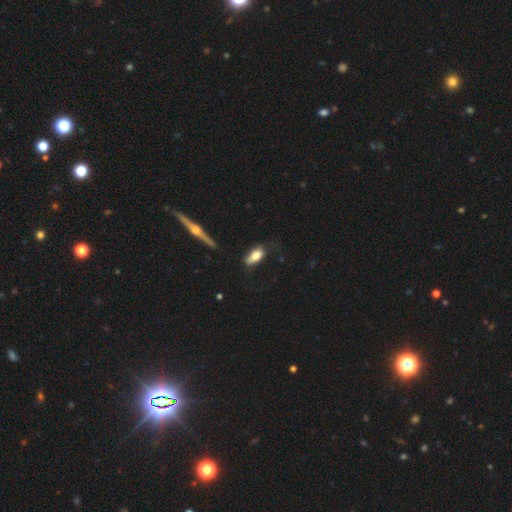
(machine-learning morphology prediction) Q: Smooth or featured?
A: smooth (76%); runner-up: featured or disk (18%)
Q: How rounded?
A: in between (85%); runner-up: cigar-shaped (10%)
Q: Merging?
A: none (58%); runner-up: minor disturbance (27%)